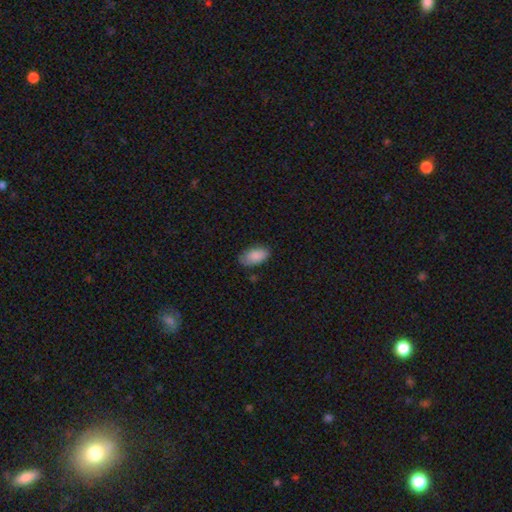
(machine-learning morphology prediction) This is clearly a smooth galaxy (88%). How rounded: clearly in between (94%). Merging: likely none (77%).